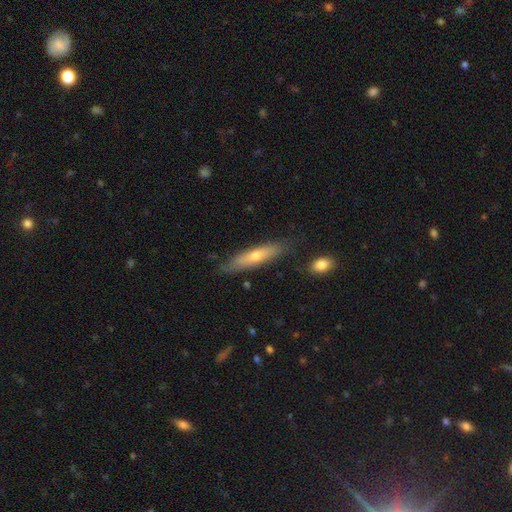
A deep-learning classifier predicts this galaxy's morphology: This appears to be a smooth galaxy with no disk features (52%) that is cigar-shaped (82%). Merging: none (78%).